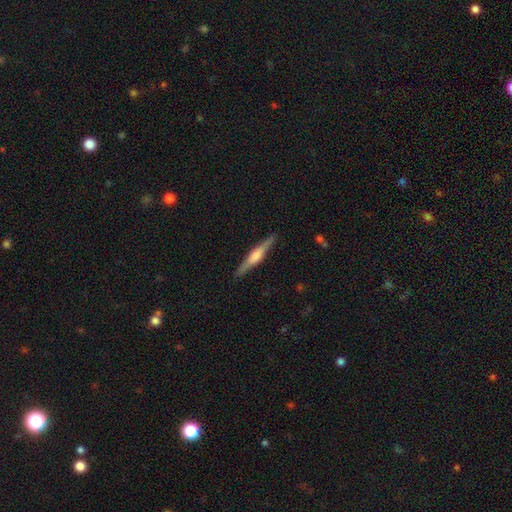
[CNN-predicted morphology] A featured or disk galaxy (70%) viewed edge-on (98%) with a rounded central bulge (72%).

Vote fractions:
- Smooth or featured? featured or disk: 70% / smooth: 25% / star or artifact: 5%
- Edge-on disk? yes: 98% / no: 2%
- Edge-on bulge? rounded: 72% / boxy: 21% / none: 8%
- Merging? none: 90% / minor disturbance: 7% / major disturbance: 1% / merger: 1%